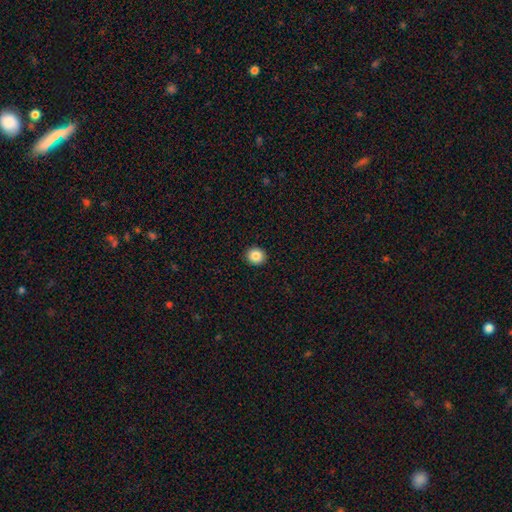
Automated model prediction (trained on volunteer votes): Q: Smooth or featured?
A: smooth (85%); runner-up: star or artifact (9%)
Q: How rounded?
A: round (86%); runner-up: in between (14%)
Q: Merging?
A: none (93%); runner-up: minor disturbance (5%)